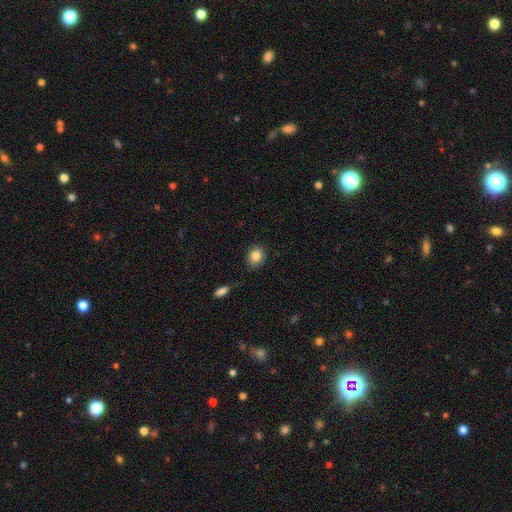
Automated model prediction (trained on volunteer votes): Morphology: type=smooth (85%); roundness=round (60%); merging=none (86%).